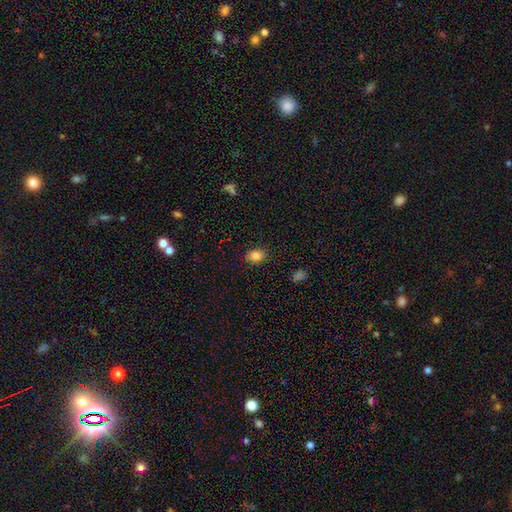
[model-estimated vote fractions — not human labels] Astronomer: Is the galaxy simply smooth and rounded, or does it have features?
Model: smooth — 84%.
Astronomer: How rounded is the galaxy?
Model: in between — 60% (runner-up: round, 39%).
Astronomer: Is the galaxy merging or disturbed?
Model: none — 87%.